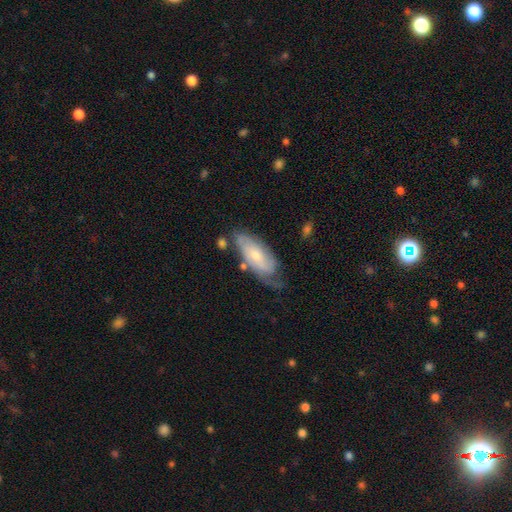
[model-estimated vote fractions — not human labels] This is possibly a featured or disk galaxy (57%). It is clearly not viewed edge-on (88%). Bar: likely no (70%). Spiral arm pattern: clearly yes (83%). Central bulge: possibly small (56%). Merging: possibly none (49%).